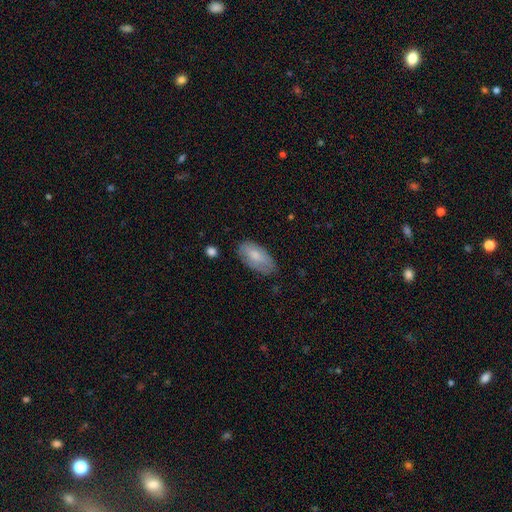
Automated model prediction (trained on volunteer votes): smooth_or_featured: smooth (p=0.75) [alt: featured or disk p=0.19]
how_rounded: in between (p=0.93) [alt: cigar-shaped p=0.04]
merging: none (p=0.70) [alt: minor disturbance p=0.23]